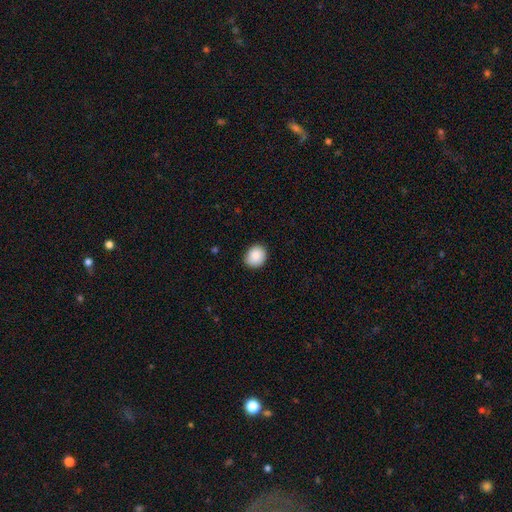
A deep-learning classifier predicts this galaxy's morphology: smooth-or-featured: smooth: 87% | star or artifact: 8% | featured or disk: 5%
  how-rounded: round: 69% | in between: 31% | cigar-shaped: 1%
  merging: none: 84% | minor disturbance: 13% | major disturbance: 2% | merger: 1%